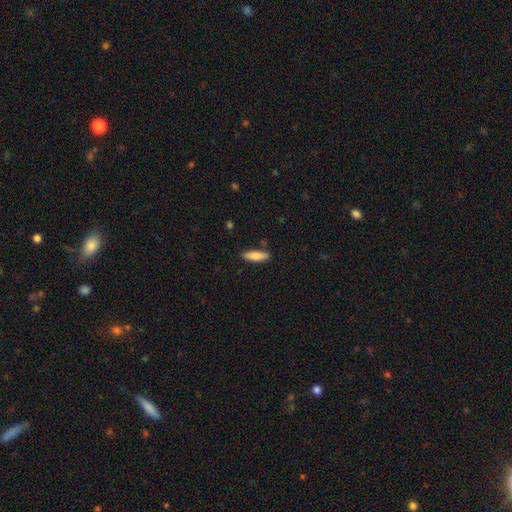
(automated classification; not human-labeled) Smooth or featured? smooth (76%)
How rounded? cigar-shaped (58%)
Merging? none (86%)